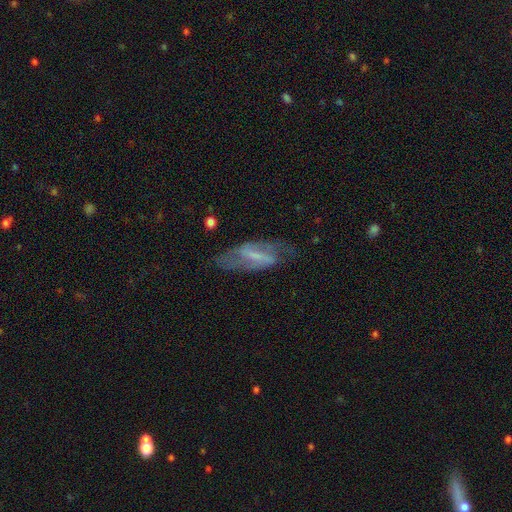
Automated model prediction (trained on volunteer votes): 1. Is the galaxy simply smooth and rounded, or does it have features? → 74% featured or disk, 19% smooth, 7% star or artifact.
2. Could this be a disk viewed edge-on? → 90% no, 10% yes.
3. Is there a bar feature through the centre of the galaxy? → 51% strong, 37% weak, 12% no.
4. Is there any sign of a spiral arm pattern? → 84% yes, 16% no.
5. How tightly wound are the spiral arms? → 43% medium, 38% loose, 19% tight.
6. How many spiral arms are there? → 81% 2, 12% can't tell, 4% 1, 1% 3, 1% 4, 1% more than 4.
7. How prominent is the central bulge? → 42% small, 35% none, 19% moderate, 4% large, 1% dominant.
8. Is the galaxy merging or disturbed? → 65% none, 21% minor disturbance, 13% major disturbance, 2% merger.